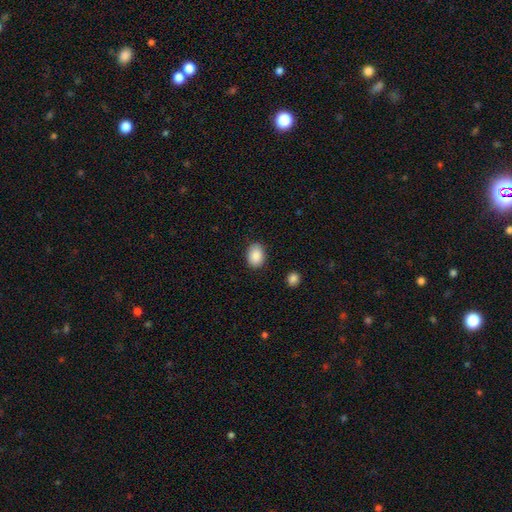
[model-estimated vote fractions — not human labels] Smooth or featured? smooth (89%)
How rounded? in between (70%)
Merging? none (85%)